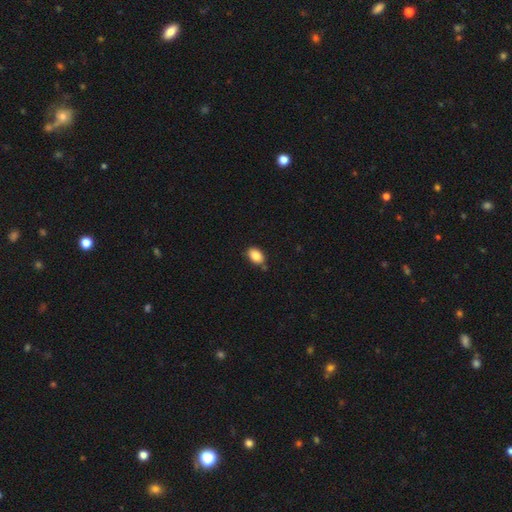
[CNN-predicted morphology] Smooth or featured?
  - smooth: 86% *
  - star or artifact: 8%
  - featured or disk: 6%
How rounded?
  - in between: 88% *
  - round: 11%
  - cigar-shaped: 1%
Merging?
  - none: 77% *
  - minor disturbance: 17%
  - merger: 4%
  - major disturbance: 3%